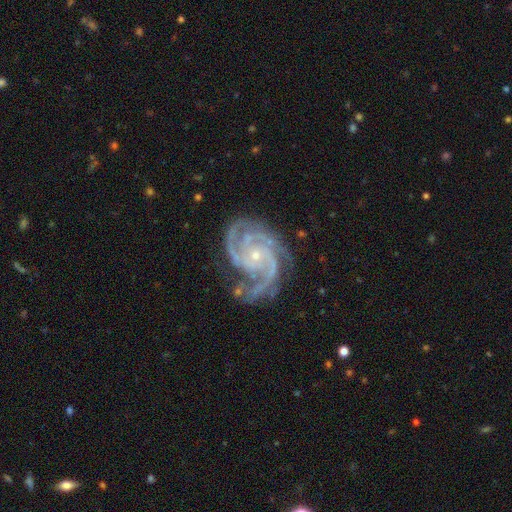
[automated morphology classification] This is clearly a featured or disk galaxy (93%). It is clearly not viewed edge-on (98%). Bar: likely no (72%). Spiral arm pattern: clearly yes (99%). Spiral arm count: possibly 3 (48%). Spiral winding: possibly tight (57%). Central bulge: likely small (79%). Merging: likely none (68%).